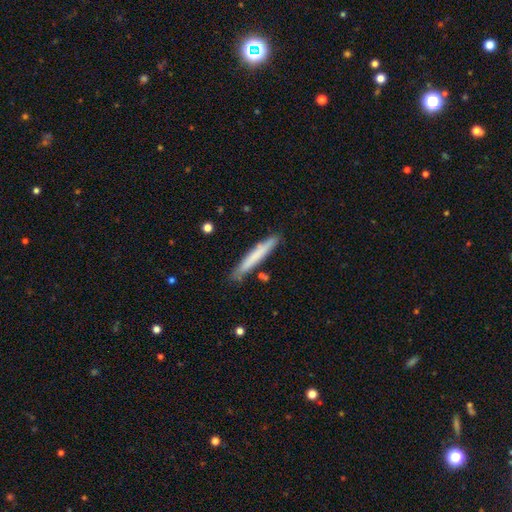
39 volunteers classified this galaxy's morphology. A smooth galaxy with no disk features (77%) that is cigar-shaped (100%).

Vote fractions:
- Smooth or featured? smooth: 77% / featured or disk: 21% / star or artifact: 3%
- How rounded? cigar-shaped: 100% / round: 0% / in between: 0%
- Merging? none: 87% / minor disturbance: 13% / major disturbance: 0% / merger: 0%